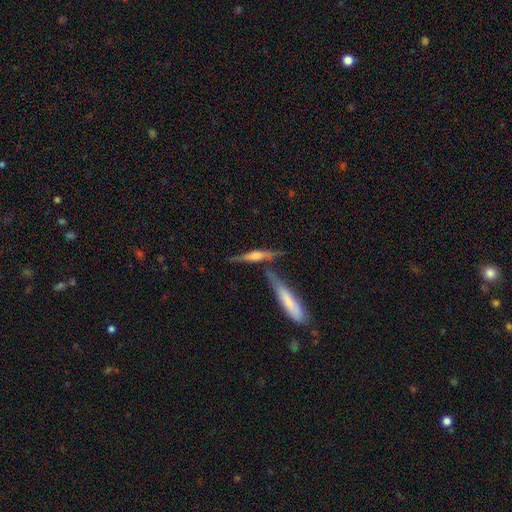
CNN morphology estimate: smooth_or_featured: featured or disk (p=0.56) [alt: smooth p=0.36]
disk_edge_on: yes (p=0.91) [alt: no p=0.09]
edge_on_bulge: rounded (p=0.56) [alt: boxy p=0.28]
merging: none (p=0.53) [alt: merger p=0.28]